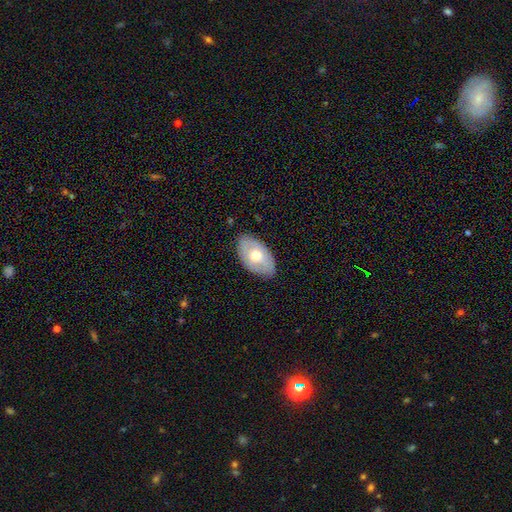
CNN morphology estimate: The model was most divided on "smooth or featured": smooth: 54%, featured or disk: 40%, star or artifact: 6%. More confident: how rounded — in between (92%); merging — none (82%).